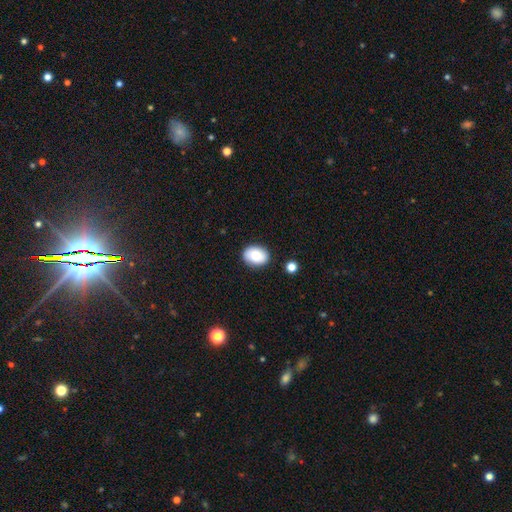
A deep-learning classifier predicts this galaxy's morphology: Overall: smooth (79%). How rounded: in between (69%; round 30%). Merging: none (86%).